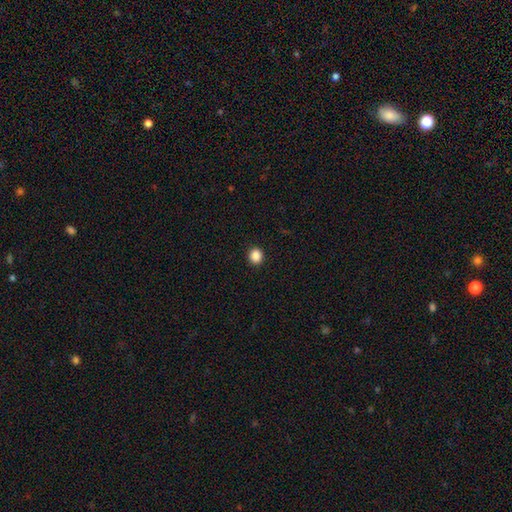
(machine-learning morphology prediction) Smooth or featured? smooth (87%)
How rounded? round (82%)
Merging? none (92%)